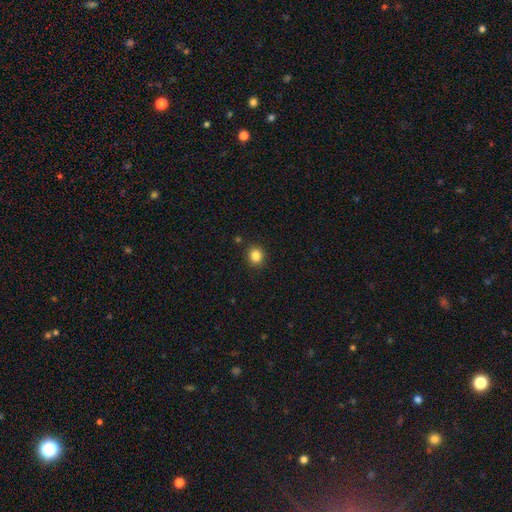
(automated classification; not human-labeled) Q: Smooth or featured?
A: smooth (84%); runner-up: star or artifact (12%)
Q: How rounded?
A: round (87%); runner-up: in between (12%)
Q: Merging?
A: none (90%); runner-up: minor disturbance (6%)